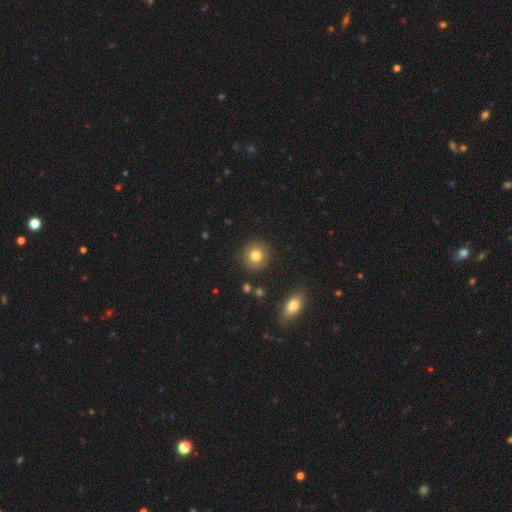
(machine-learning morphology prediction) Smooth or featured? Predicted: smooth (p=0.80). How rounded? Predicted: round (p=0.89). Merging? Predicted: none (p=0.89).